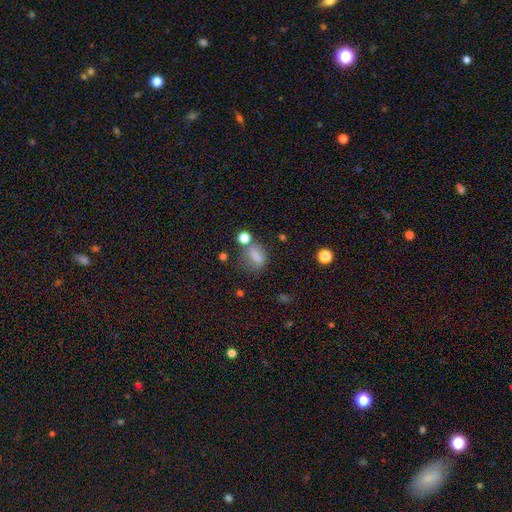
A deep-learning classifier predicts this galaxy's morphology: Q: Smooth or featured?
A: smooth (71%); runner-up: star or artifact (15%)
Q: How rounded?
A: in between (59%); runner-up: round (35%)
Q: Merging?
A: none (49%); runner-up: minor disturbance (21%)